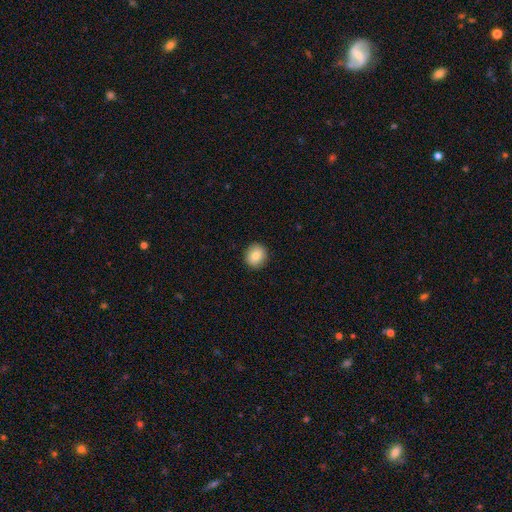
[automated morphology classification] Smooth or featured? smooth (83%)
How rounded? round (85%)
Merging? none (91%)